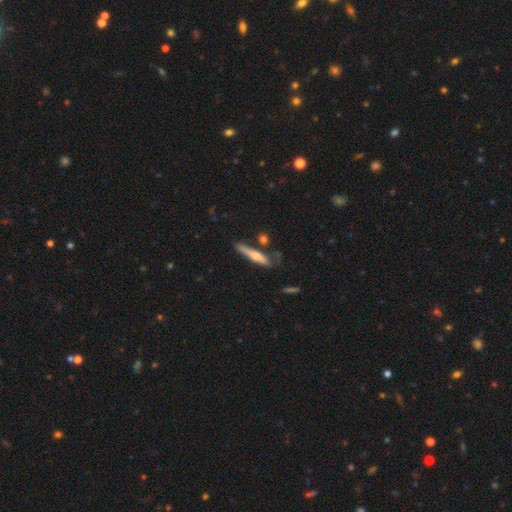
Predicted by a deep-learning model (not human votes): The model was most divided on "smooth or featured": smooth: 57%, featured or disk: 36%, star or artifact: 6%. More confident: how rounded — cigar-shaped (89%); merging — none (61%).